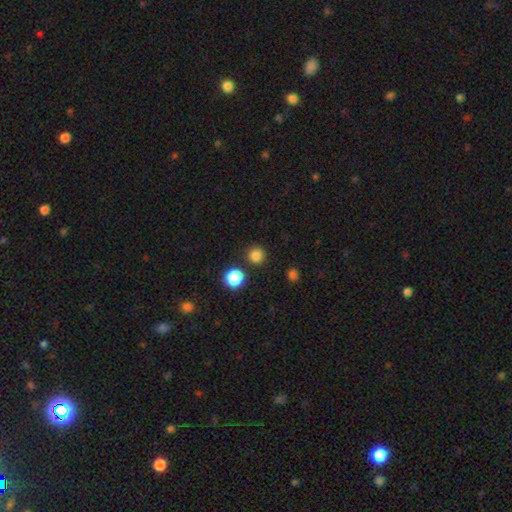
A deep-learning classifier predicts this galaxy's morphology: Smooth or featured: smooth — 81% (star or artifact — 16%)
How rounded: round — 95% (in between — 4%)
Merging: none — 88% (minor disturbance — 6%)